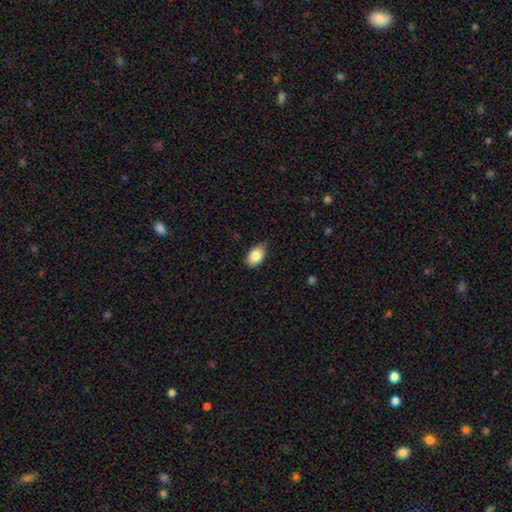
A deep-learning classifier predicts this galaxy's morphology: A smooth galaxy with no disk features (85%) that is in between round and cigar-shaped (89%).

Vote fractions:
- Smooth or featured? smooth: 85% / featured or disk: 8% / star or artifact: 7%
- How rounded? in between: 89% / round: 10% / cigar-shaped: 1%
- Merging? none: 74% / minor disturbance: 22% / major disturbance: 3% / merger: 1%